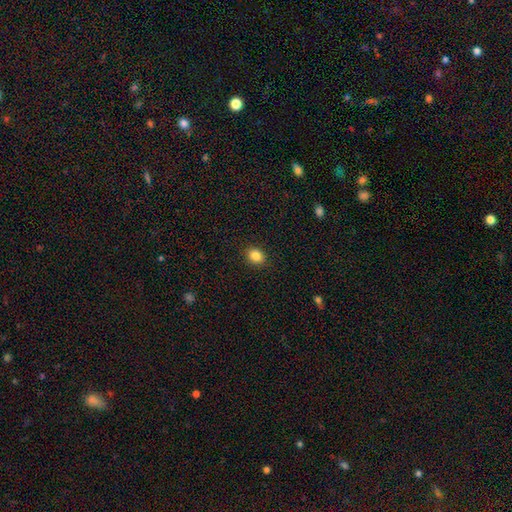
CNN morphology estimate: A smooth galaxy with no disk features (85%) that is round (55%). Merging: none (90%).